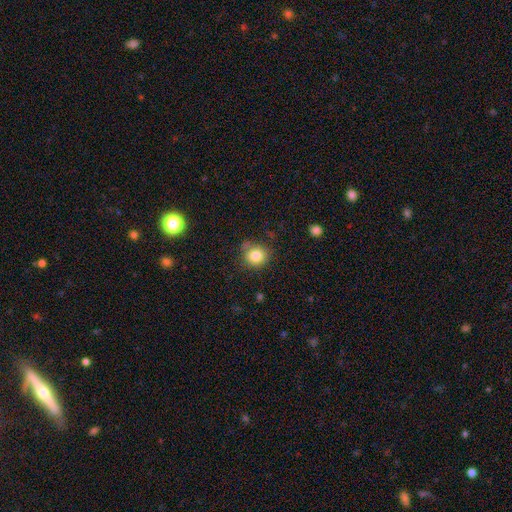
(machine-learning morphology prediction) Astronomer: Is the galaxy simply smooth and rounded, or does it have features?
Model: smooth — 83%.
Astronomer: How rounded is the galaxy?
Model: round — 87%.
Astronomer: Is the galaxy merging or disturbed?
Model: none — 75%.